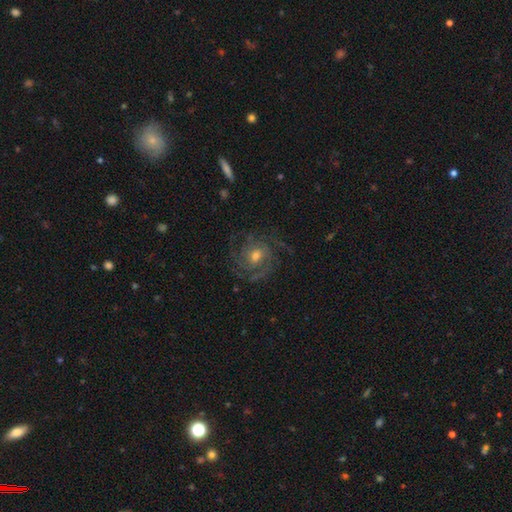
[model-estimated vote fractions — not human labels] This appears to be a featured or disk galaxy (83%) with no bar (65%), 3 (31%) tight (55%) spiral arms (96%) and a moderate central bulge (65%). Merging: none (74%).